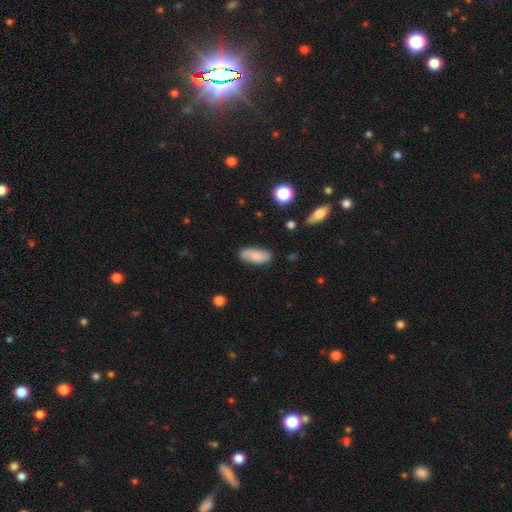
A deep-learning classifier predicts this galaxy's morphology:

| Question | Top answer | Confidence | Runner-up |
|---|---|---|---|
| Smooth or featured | smooth | 78% | featured or disk (15%) |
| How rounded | in between | 81% | cigar-shaped (16%) |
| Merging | none | 82% | minor disturbance (13%) |